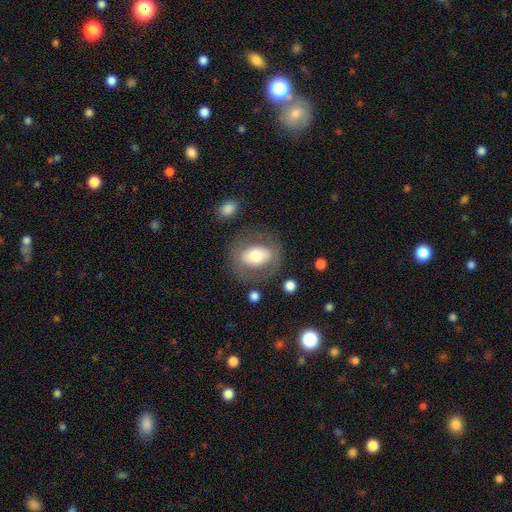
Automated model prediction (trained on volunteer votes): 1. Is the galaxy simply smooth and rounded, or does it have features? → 51% smooth, 42% featured or disk, 7% star or artifact.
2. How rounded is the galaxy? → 49% in between (tied), 49% round (tied), 1% cigar-shaped.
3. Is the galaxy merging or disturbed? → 71% none, 15% minor disturbance, 11% major disturbance, 3% merger.